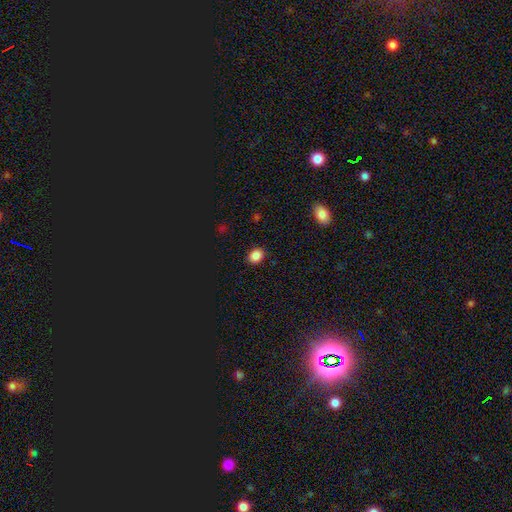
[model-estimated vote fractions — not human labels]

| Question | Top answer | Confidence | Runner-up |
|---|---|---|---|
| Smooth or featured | smooth | 86% | star or artifact (11%) |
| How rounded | in between | 55% | round (44%) |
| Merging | none | 89% | minor disturbance (8%) |